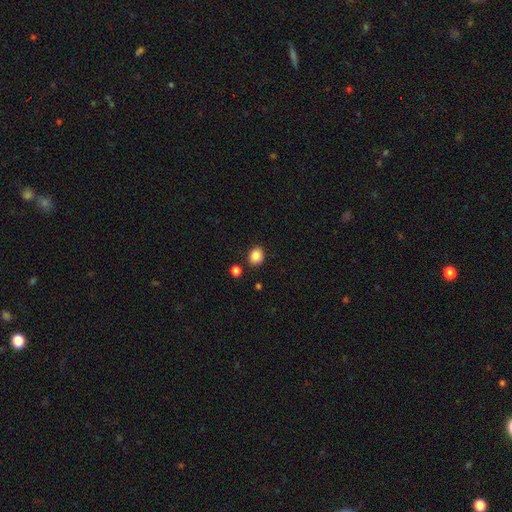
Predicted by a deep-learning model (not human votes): smooth 86%, star or artifact 10%, featured or disk 4%. Down the decision tree: how rounded — round (61%); merging — none (84%).